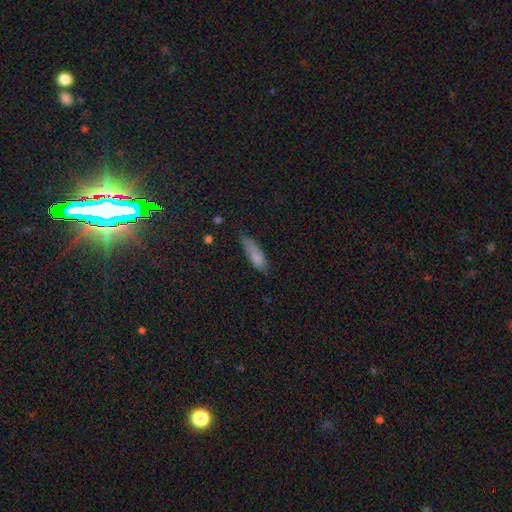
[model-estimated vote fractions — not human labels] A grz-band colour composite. It shows a smooth galaxy with no disk features (80%) that is cigar-shaped (53%). Merging: none (64%).